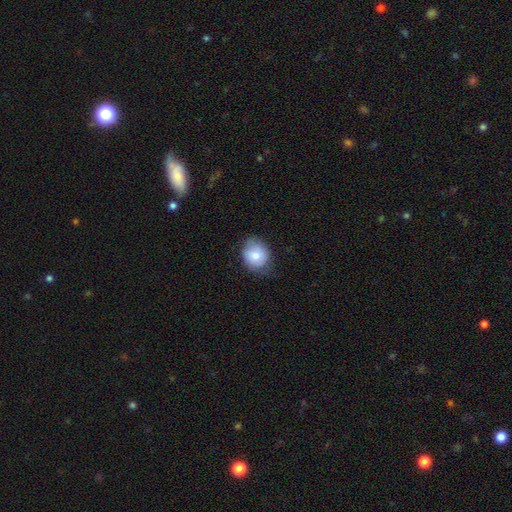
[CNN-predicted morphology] Smooth or featured? smooth (73%)
How rounded? round (66%)
Merging? none (70%)